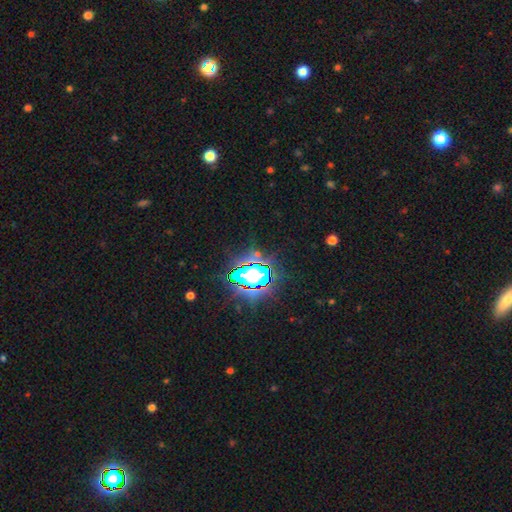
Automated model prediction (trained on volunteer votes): Smooth or featured?
  - star or artifact: 75% *
  - smooth: 15%
  - featured or disk: 10%